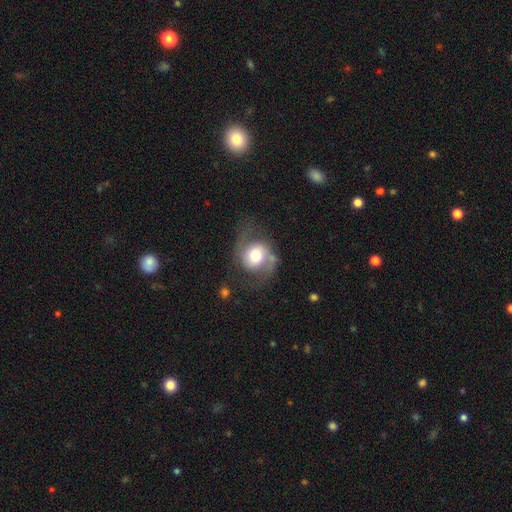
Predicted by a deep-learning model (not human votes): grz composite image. It shows a featured or disk galaxy (60%) with no bar (67%), spiral arms (82%) and a moderate central bulge (57%). Merging: none (56%).